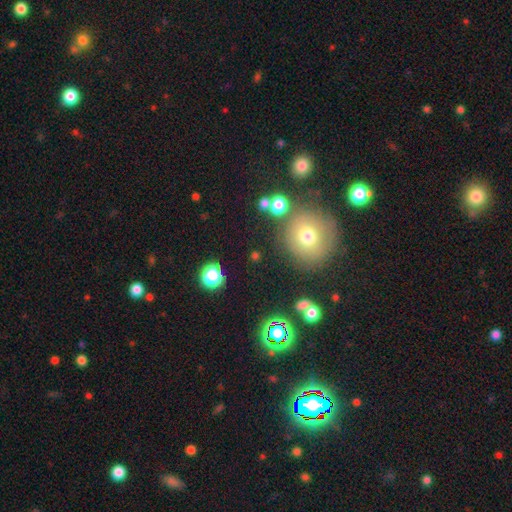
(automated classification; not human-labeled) Smooth or featured? Predicted: smooth (p=0.50). How rounded? Predicted: round (p=0.87). Merging? Predicted: none (p=0.79).